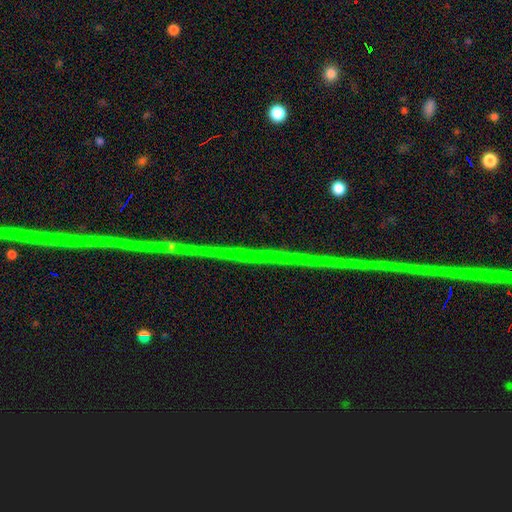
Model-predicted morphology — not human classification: This is clearly a star or artifact rather than a galaxy (88%).